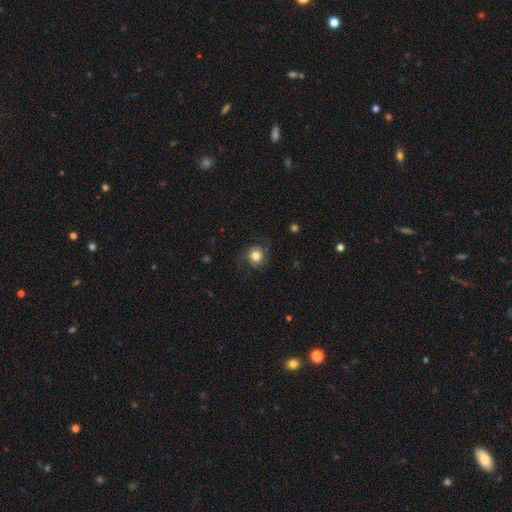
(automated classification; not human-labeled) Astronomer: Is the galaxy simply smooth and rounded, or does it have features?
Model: smooth — 74%.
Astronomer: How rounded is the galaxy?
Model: round — 86%.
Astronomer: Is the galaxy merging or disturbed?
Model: none — 71%.